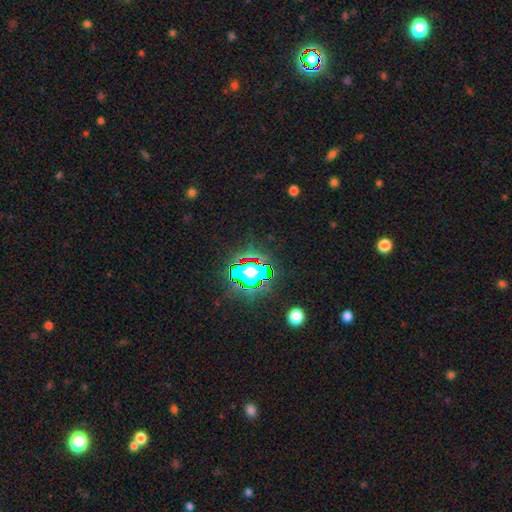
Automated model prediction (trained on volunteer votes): This appears to be a star or artifact, not a galaxy (78%).